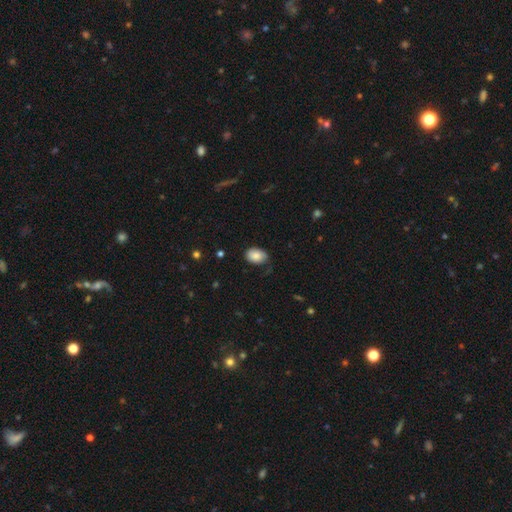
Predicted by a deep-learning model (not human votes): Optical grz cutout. It shows a smooth galaxy with no disk features (84%) that is in between round and cigar-shaped (81%). Merging: none (70%).